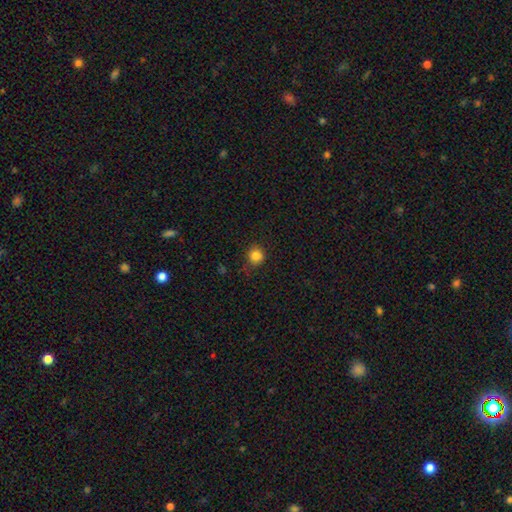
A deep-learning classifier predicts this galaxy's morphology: smooth_or_featured: smooth (p=0.84) [alt: star or artifact p=0.12]
how_rounded: round (p=0.87) [alt: in between p=0.13]
merging: none (p=0.78) [alt: minor disturbance p=0.17]